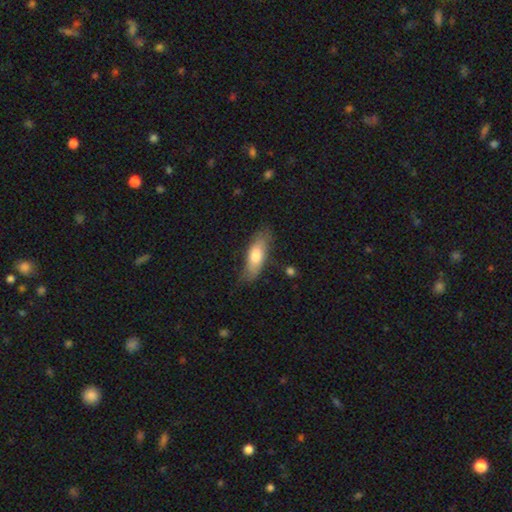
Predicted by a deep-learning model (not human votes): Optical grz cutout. It shows a smooth galaxy with no disk features (69%) that is in between round and cigar-shaped (65%). Merging: none (69%).